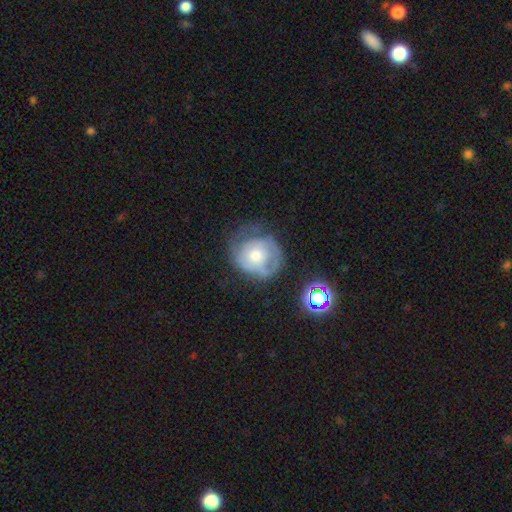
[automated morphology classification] Smooth or featured? Predicted: featured or disk (p=0.60). Edge-on disk? Predicted: no (p=0.97). Bar? Predicted: no (p=0.82). Spiral arms? Predicted: yes (p=0.66). Bulge size? Predicted: moderate (p=0.62). Merging? Predicted: none (p=0.44).